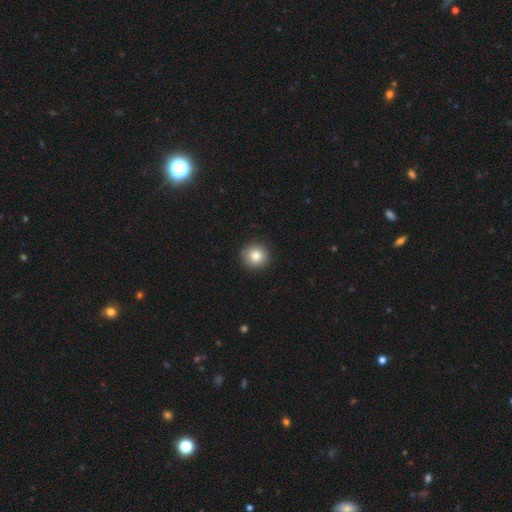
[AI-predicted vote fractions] Smooth or featured? Predicted: smooth (p=0.84). How rounded? Predicted: round (p=0.94). Merging? Predicted: none (p=0.91).